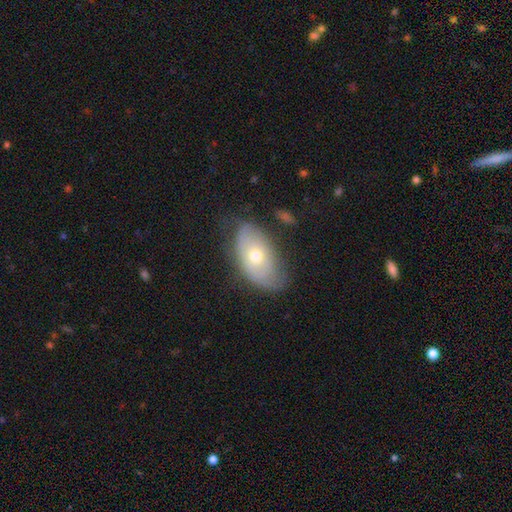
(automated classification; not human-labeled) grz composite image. It shows a smooth galaxy with no disk features (51%) that is in between round and cigar-shaped (90%). Merging: none (58%).